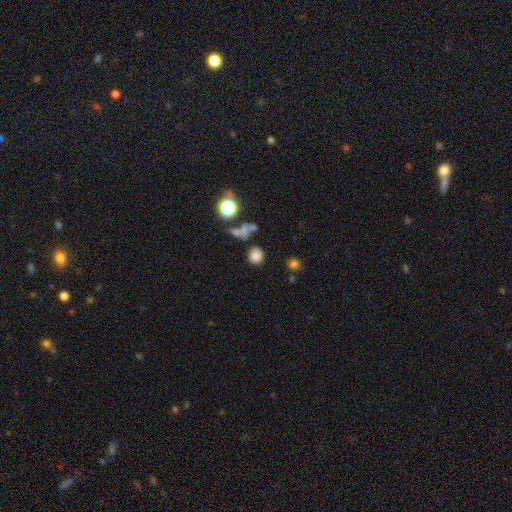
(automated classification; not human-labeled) smooth 76%, star or artifact 17%, featured or disk 7%. Down the decision tree: how rounded — round (81%); merging — none (69%).